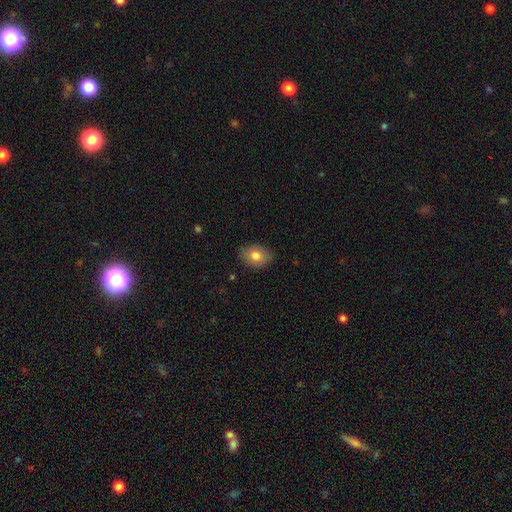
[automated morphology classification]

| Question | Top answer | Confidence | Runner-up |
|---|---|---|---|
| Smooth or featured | smooth | 80% | featured or disk (12%) |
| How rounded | in between | 78% | round (21%) |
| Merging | none | 84% | minor disturbance (13%) |